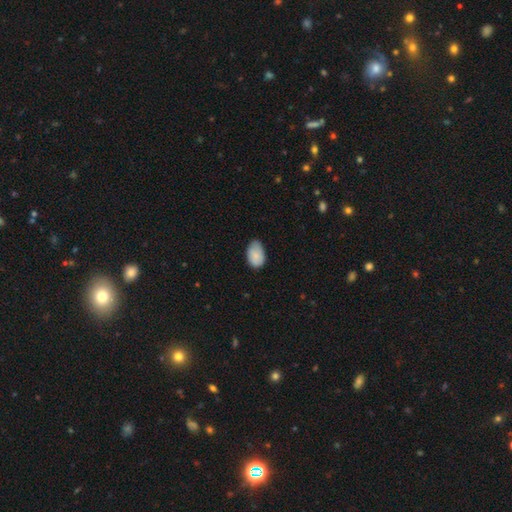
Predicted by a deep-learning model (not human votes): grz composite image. It shows a smooth galaxy with no disk features (87%) that is in between round and cigar-shaped (90%). Merging: none (61%).